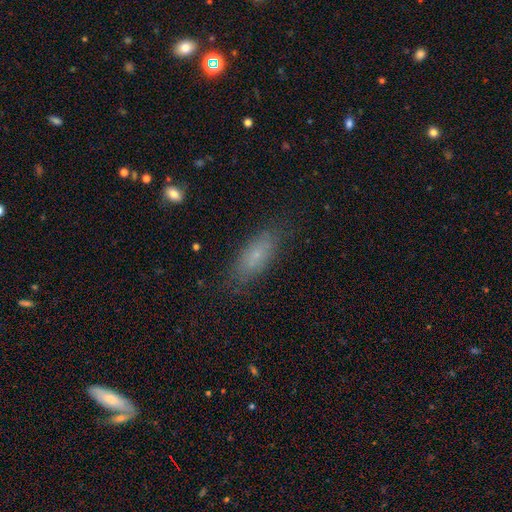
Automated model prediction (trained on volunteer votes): smooth 72%, featured or disk 18%, star or artifact 10%. Down the decision tree: how rounded — in between (63%); merging — none (82%).